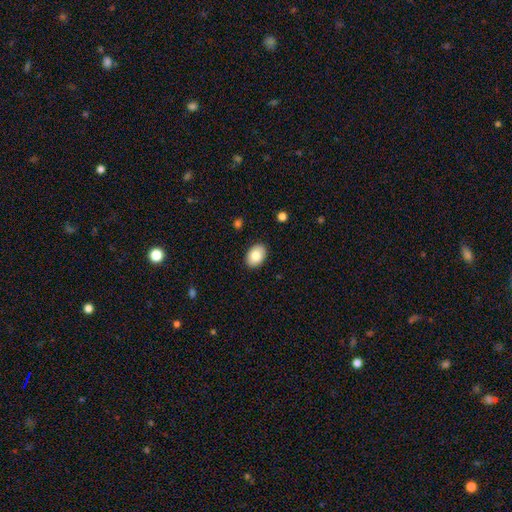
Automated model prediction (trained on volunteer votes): A smooth galaxy with no disk features (83%) that is in between round and cigar-shaped (85%). Merging: none (89%).